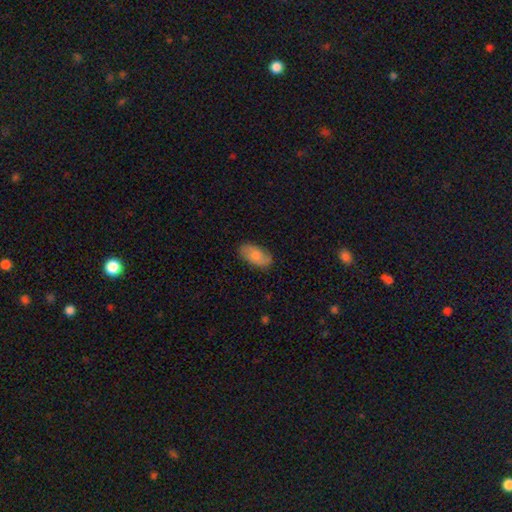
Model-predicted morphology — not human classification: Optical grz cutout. It shows a smooth galaxy with no disk features (63%) that is in between round and cigar-shaped (93%). Merging: none (81%).